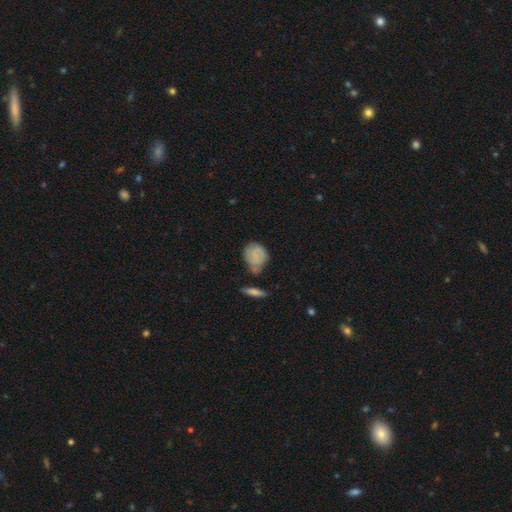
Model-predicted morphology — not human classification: A smooth galaxy with no disk features (64%) that is round (50%).

Vote fractions:
- Smooth or featured? smooth: 64% / featured or disk: 28% / star or artifact: 8%
- How rounded? round: 50% / in between: 48% / cigar-shaped: 2%
- Merging? none: 54% / minor disturbance: 25% / merger: 12% / major disturbance: 9%